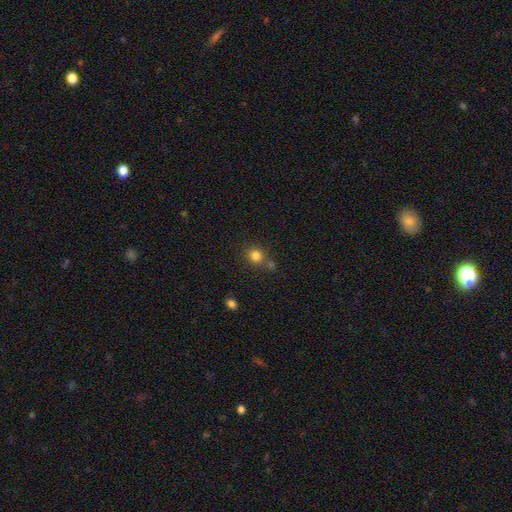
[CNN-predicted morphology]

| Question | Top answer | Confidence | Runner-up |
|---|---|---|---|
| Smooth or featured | smooth | 82% | star or artifact (13%) |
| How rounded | round | 86% | in between (13%) |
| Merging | none | 71% | merger (16%) |